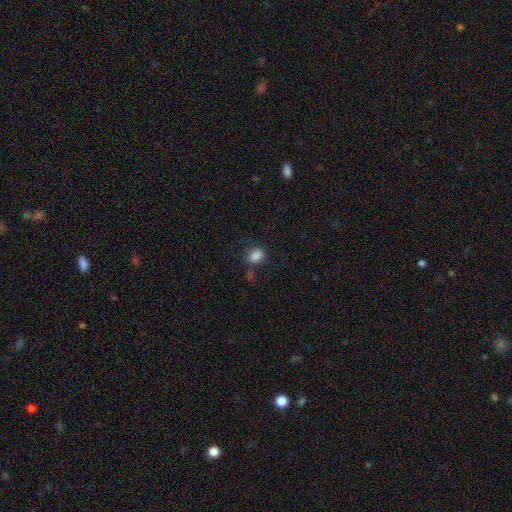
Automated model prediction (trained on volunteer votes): smooth_or_featured: smooth (p=0.83) [alt: star or artifact p=0.11]
how_rounded: in between (p=0.66) [alt: round p=0.32]
merging: none (p=0.58) [alt: minor disturbance p=0.20]